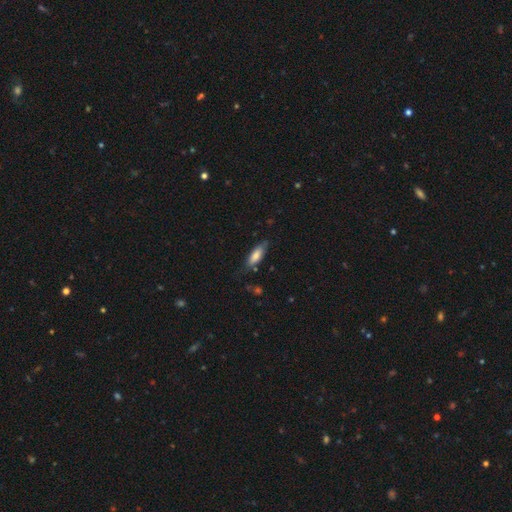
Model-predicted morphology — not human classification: This is likely a smooth galaxy (74%). How rounded: possibly in between (56%). Merging: likely none (72%).